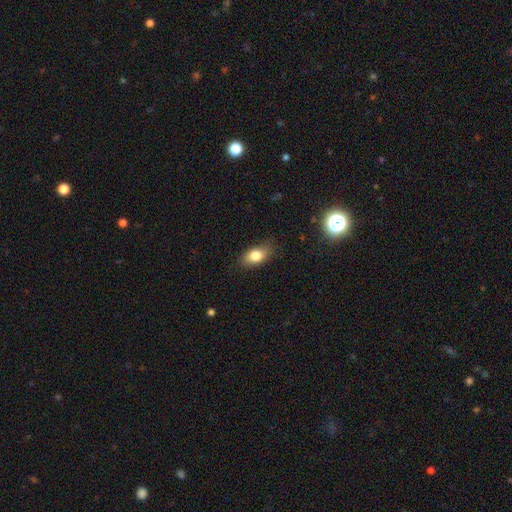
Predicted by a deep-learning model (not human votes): smooth-or-featured: smooth: 79% | featured or disk: 12% | star or artifact: 8%
  how-rounded: in between: 85% | round: 10% | cigar-shaped: 5%
  merging: none: 78% | minor disturbance: 18% | major disturbance: 4% | merger: 1%